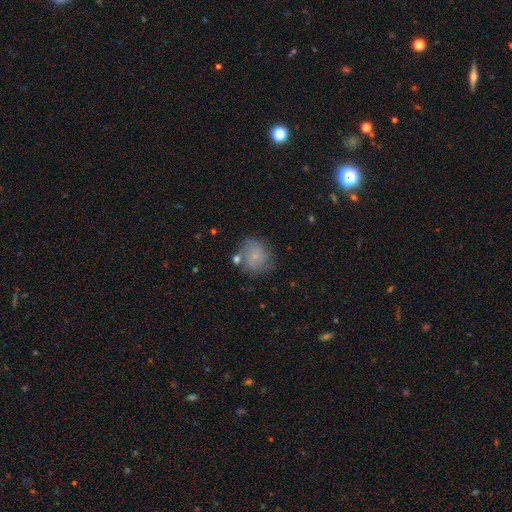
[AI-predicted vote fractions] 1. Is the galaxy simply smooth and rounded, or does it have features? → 52% smooth, 37% featured or disk, 11% star or artifact.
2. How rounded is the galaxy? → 81% round, 18% in between, 1% cigar-shaped.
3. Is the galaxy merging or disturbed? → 63% none, 21% minor disturbance, 8% major disturbance, 8% merger.